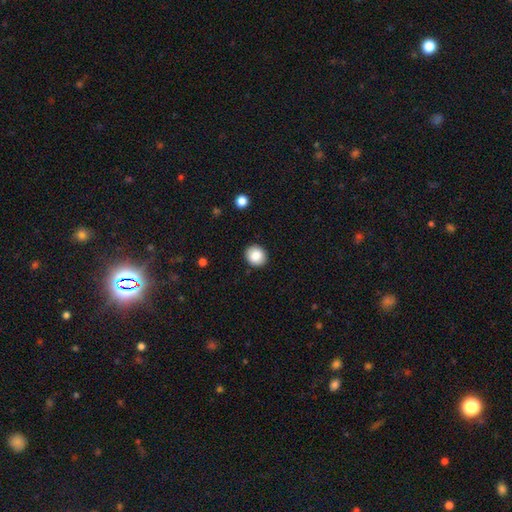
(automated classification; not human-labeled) This appears to be a smooth galaxy with no disk features (86%) that is round (79%). Merging: none (90%).